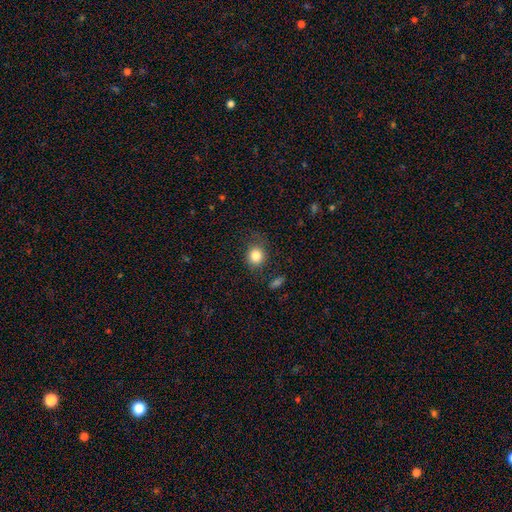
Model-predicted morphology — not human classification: The model was most divided on "how rounded": round: 78%, in between: 21%, cigar-shaped: 1%. More confident: smooth or featured — smooth (83%); merging — none (75%).